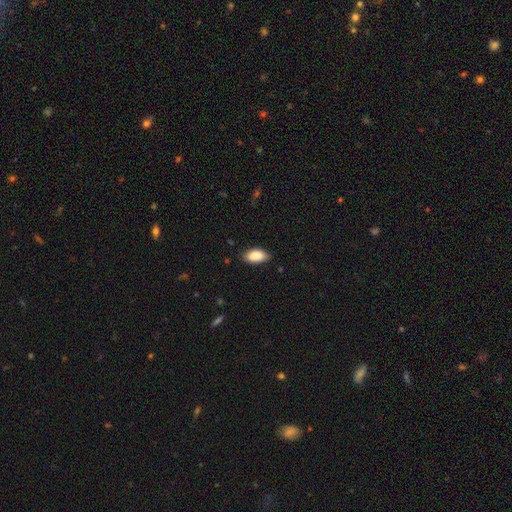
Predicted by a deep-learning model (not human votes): Q: Smooth or featured?
A: smooth (89%); runner-up: star or artifact (7%)
Q: How rounded?
A: in between (93%); runner-up: cigar-shaped (4%)
Q: Merging?
A: none (81%); runner-up: minor disturbance (15%)